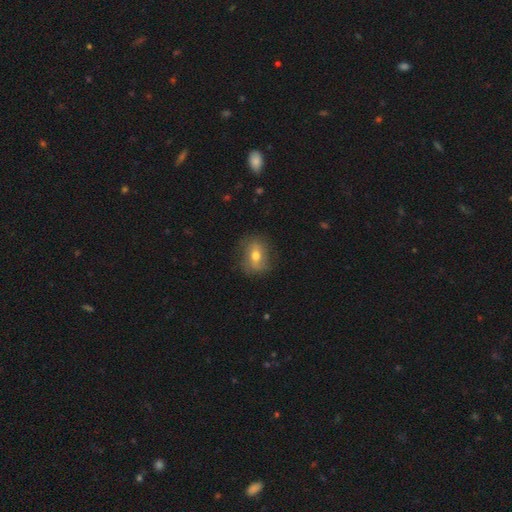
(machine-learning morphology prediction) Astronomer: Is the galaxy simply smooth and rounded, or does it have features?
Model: smooth — 52% (runner-up: featured or disk, 39%).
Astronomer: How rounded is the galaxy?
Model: in between — 51% (runner-up: round, 47%).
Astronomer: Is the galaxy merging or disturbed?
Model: none — 72%.